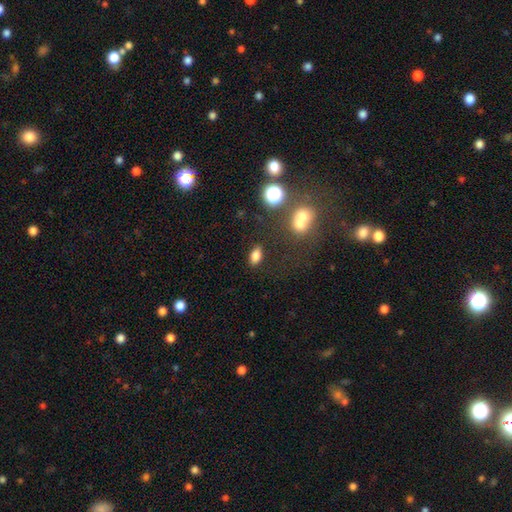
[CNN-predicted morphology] Smooth or featured? smooth (80%)
How rounded? in between (87%)
Merging? none (80%)